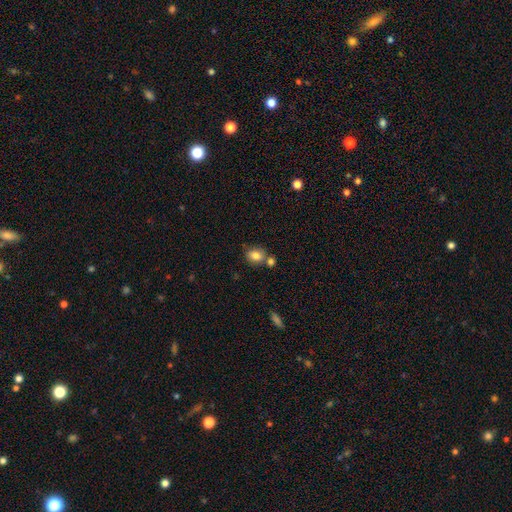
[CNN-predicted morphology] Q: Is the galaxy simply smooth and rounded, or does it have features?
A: smooth — 82%.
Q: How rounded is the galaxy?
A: in between — 50%.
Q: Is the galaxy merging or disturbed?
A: none — 61%.